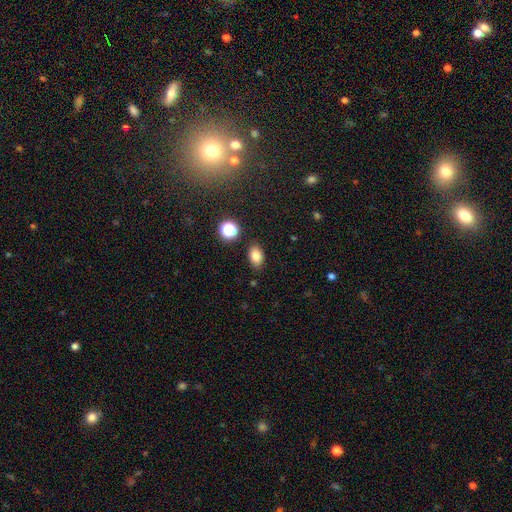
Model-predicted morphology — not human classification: type=smooth (81%); roundness=in between (84%); merging=none (84%).